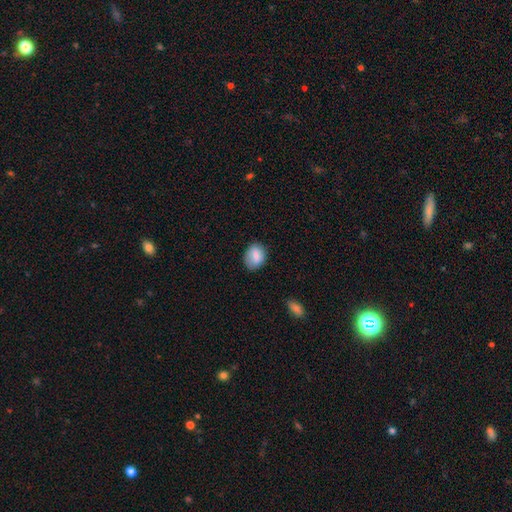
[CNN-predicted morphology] Smooth or featured?
  - smooth: 82% *
  - featured or disk: 11%
  - star or artifact: 8%
How rounded?
  - in between: 67% *
  - round: 31%
  - cigar-shaped: 1%
Merging?
  - none: 76% *
  - minor disturbance: 18%
  - major disturbance: 4%
  - merger: 2%